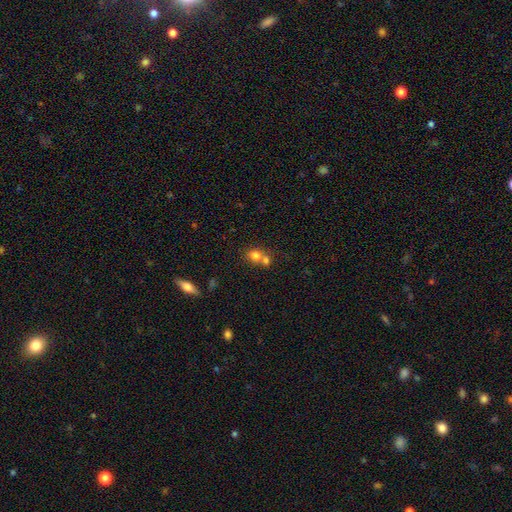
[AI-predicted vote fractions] Smooth or featured: smooth — 77% (featured or disk — 12%)
How rounded: round — 70% (in between — 29%)
Merging: merger — 52% (none — 38%)